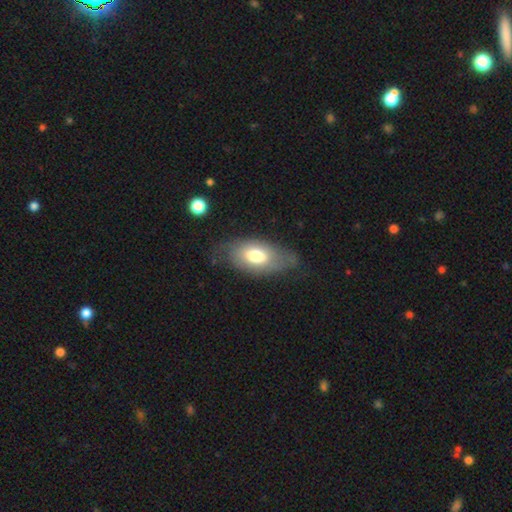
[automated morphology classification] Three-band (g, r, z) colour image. It shows a smooth galaxy with no disk features (64%) that is in between round and cigar-shaped (90%). Merging: none (61%).